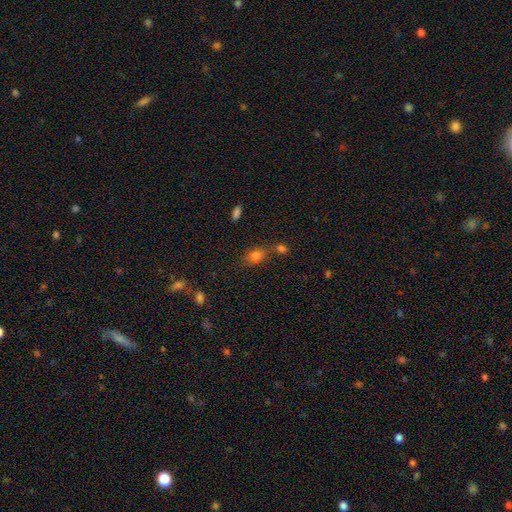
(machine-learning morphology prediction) A smooth galaxy with no disk features (76%) that is in between round and cigar-shaped (71%).

Vote fractions:
- Smooth or featured? smooth: 76% / star or artifact: 14% / featured or disk: 10%
- How rounded? in between: 71% / round: 24% / cigar-shaped: 5%
- Merging? none: 48% / merger: 33% / minor disturbance: 14% / major disturbance: 6%